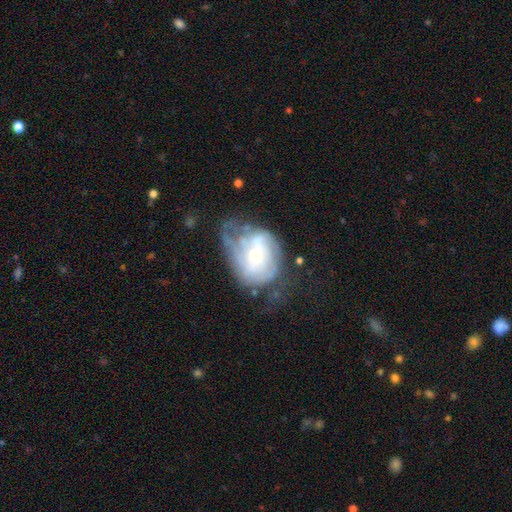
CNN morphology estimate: A featured or disk galaxy (69%) with no bar (73%), spiral arms (67%) and a small central bulge (56%).

Vote fractions:
- Smooth or featured? featured or disk: 69% / smooth: 23% / star or artifact: 8%
- Edge-on disk? no: 97% / yes: 3%
- Bar? no: 73% / weak: 21% / strong: 5%
- Spiral arms? yes: 67% / no: 33%
- Bulge size? small: 56% / moderate: 39% / large: 3% / none: 1% / dominant: 1%
- Merging? none: 36% / major disturbance: 32% / minor disturbance: 27% / merger: 5%